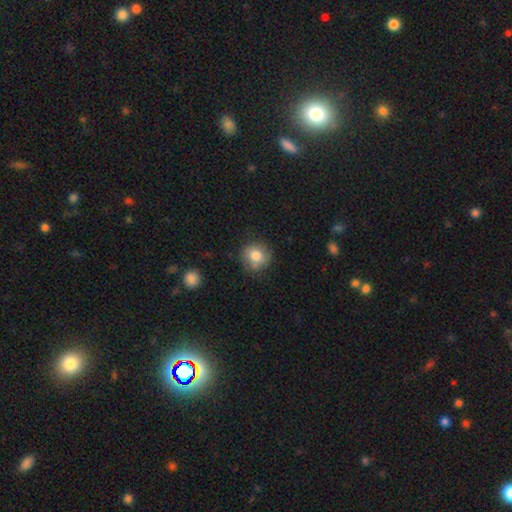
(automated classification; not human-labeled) Smooth or featured: smooth — 80% (featured or disk — 11%)
How rounded: round — 89% (in between — 10%)
Merging: none — 78% (minor disturbance — 16%)